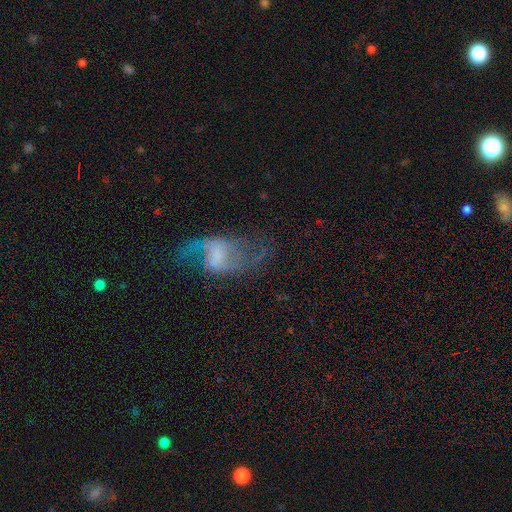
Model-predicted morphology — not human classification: A featured or disk galaxy (78%) with a weak bar (51%), 2 (86%) loose (68%) spiral arms (89%) and no central bulge (37%). Merging: none (60%).